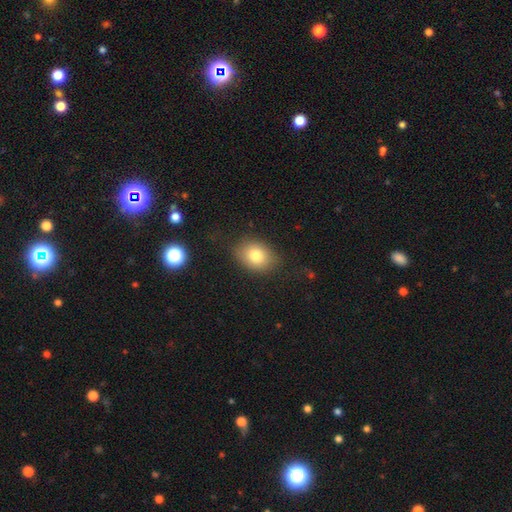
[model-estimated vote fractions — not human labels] The model was most divided on "how rounded": in between: 65%, round: 34%, cigar-shaped: 1%. More confident: merging — none (79%); smooth or featured — smooth (78%).